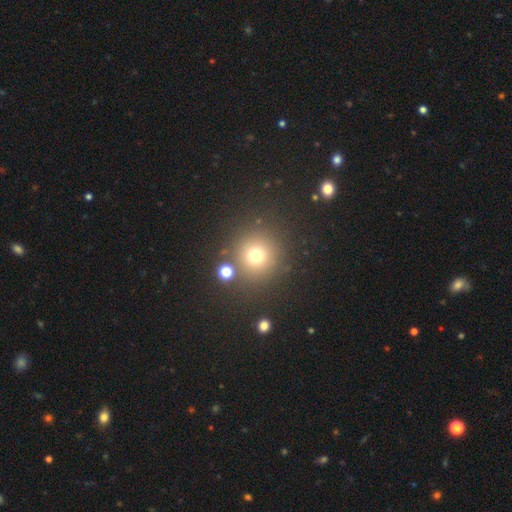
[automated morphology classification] A smooth galaxy with no disk features (73%) that is round (93%). Merging: none (83%).